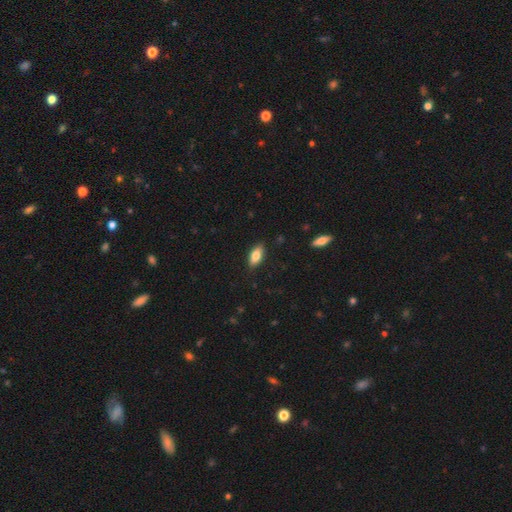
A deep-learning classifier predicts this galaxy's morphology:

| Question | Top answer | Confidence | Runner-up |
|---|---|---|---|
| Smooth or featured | smooth | 77% | featured or disk (16%) |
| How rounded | in between | 84% | cigar-shaped (13%) |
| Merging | none | 87% | minor disturbance (10%) |